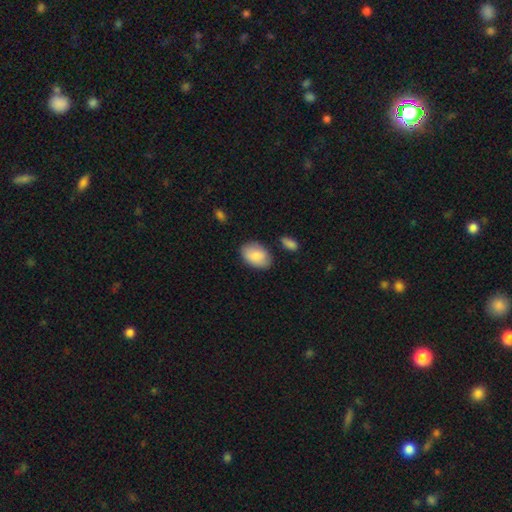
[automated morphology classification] Smooth or featured? Predicted: smooth (p=0.86). How rounded? Predicted: in between (p=0.90). Merging? Predicted: none (p=0.79).